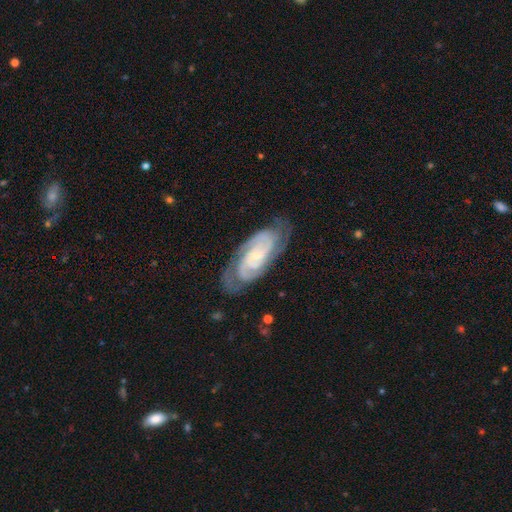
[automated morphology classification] Overall: featured or disk (90%). Edge-on disk: no (96%). Bar: no (50%; weak 36%). Spiral arms: yes (98%). Spiral arm count: 2 (72%). Spiral winding: tight (70%). Bulge size: small (67%). Merging: none (78%).